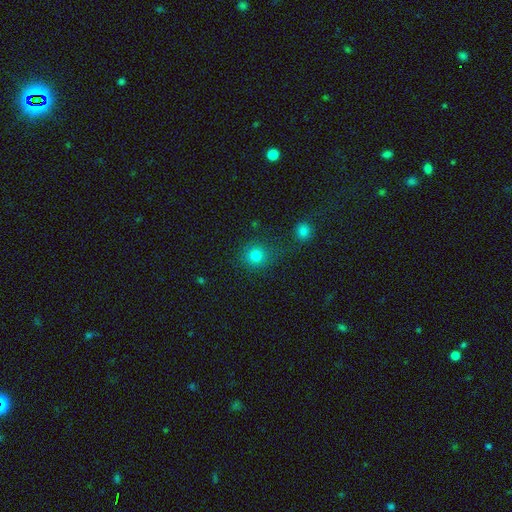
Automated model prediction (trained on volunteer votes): Smooth or featured?
  - smooth: 79% *
  - star or artifact: 15%
  - featured or disk: 6%
How rounded?
  - round: 90% *
  - in between: 9%
  - cigar-shaped: 1%
Merging?
  - none: 74% *
  - merger: 11%
  - minor disturbance: 10%
  - major disturbance: 5%